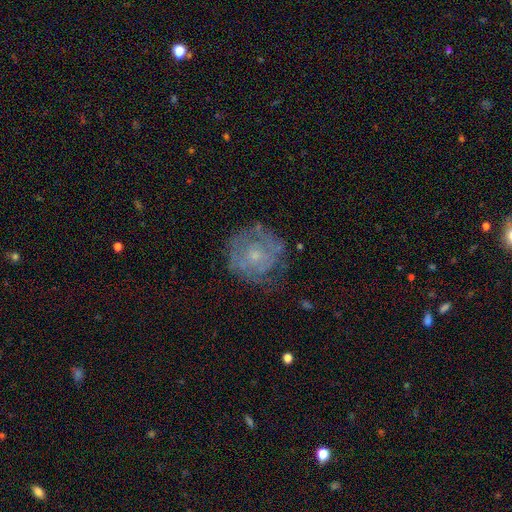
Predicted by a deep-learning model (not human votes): This appears to be a featured or disk galaxy (60%) with no bar (84%), spiral arms (53%) and a small central bulge (64%). Merging: none (65%).